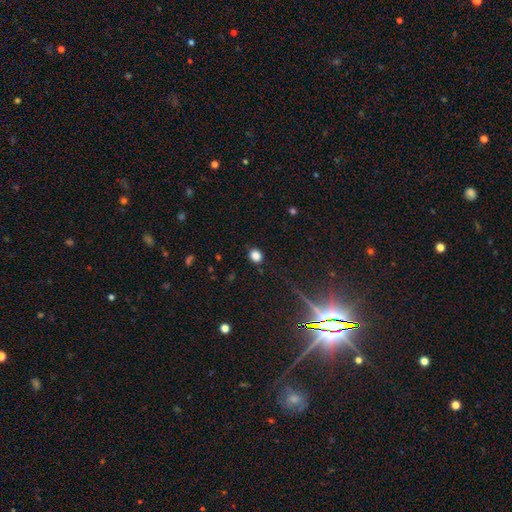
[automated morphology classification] Smooth or featured: smooth — 82% (star or artifact — 14%)
How rounded: round — 64% (in between — 35%)
Merging: none — 87% (minor disturbance — 9%)